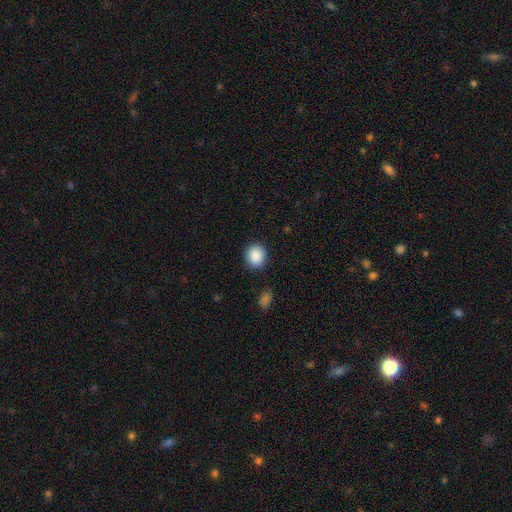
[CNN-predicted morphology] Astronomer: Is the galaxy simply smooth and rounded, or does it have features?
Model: smooth — 89%.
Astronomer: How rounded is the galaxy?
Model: round — 74%.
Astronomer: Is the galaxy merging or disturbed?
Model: none — 87%.